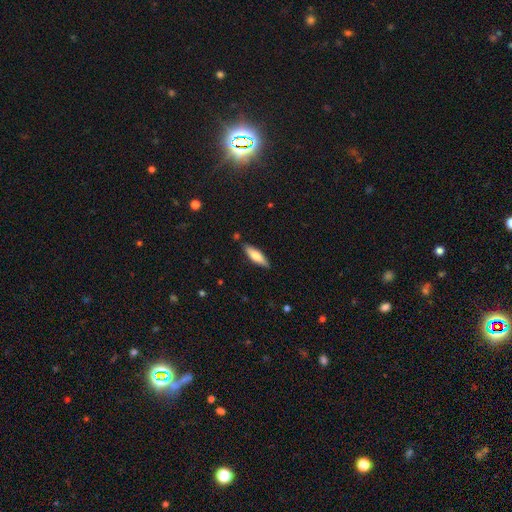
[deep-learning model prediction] Smooth or featured? Predicted: smooth (p=0.63). How rounded? Predicted: cigar-shaped (p=0.54). Merging? Predicted: none (p=0.85).